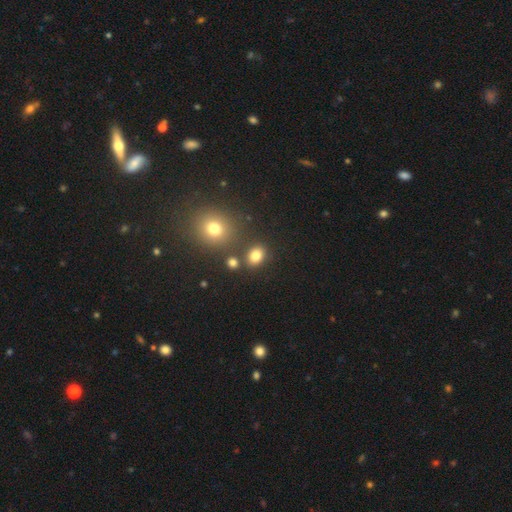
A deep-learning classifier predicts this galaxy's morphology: This appears to be a smooth galaxy with no disk features (80%) that is in between round and cigar-shaped (58%). Merging: none (77%).